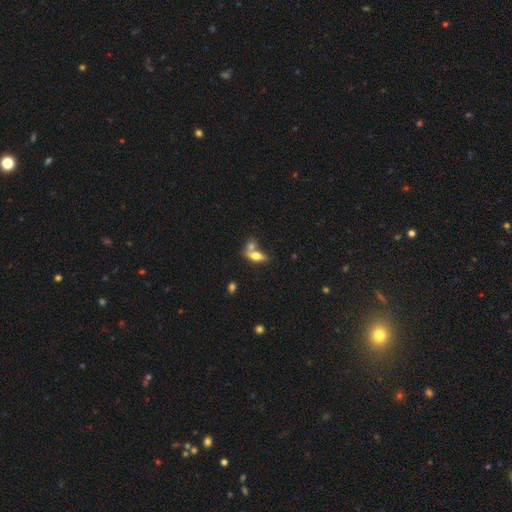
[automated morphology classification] A smooth galaxy with no disk features (70%) that is in between round and cigar-shaped (80%). Merging: merger (53%).